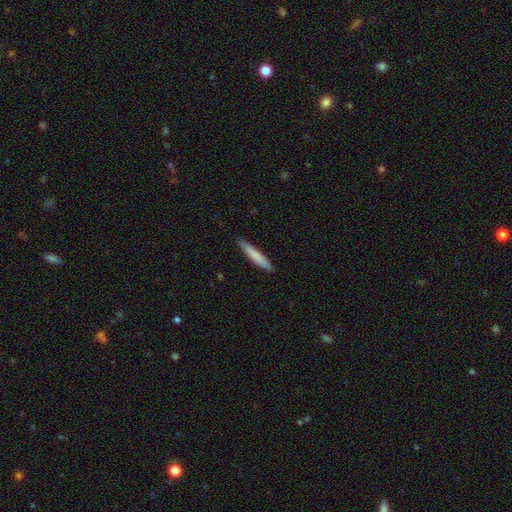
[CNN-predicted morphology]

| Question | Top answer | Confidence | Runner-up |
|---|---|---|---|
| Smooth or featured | smooth | 78% | featured or disk (17%) |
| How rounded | cigar-shaped | 93% | in between (6%) |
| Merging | none | 88% | minor disturbance (9%) |